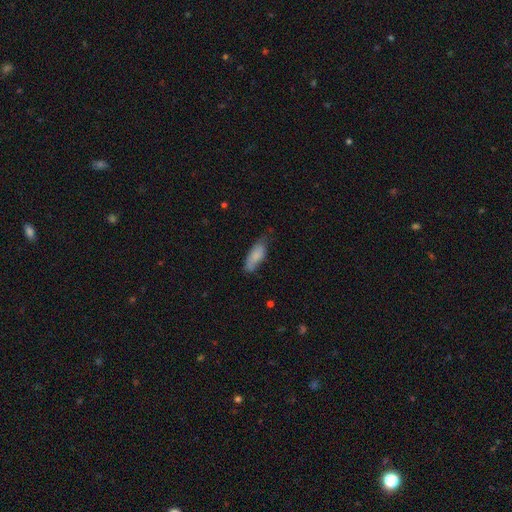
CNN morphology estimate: The model was most divided on "merging": none: 56%, minor disturbance: 34%, major disturbance: 7%, merger: 2%. More confident: smooth or featured — smooth (82%); how rounded — in between (68%).